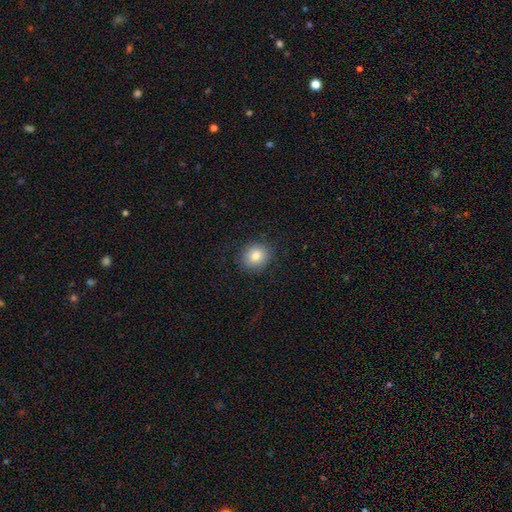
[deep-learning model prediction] This is clearly a smooth galaxy (81%). How rounded: likely round (76%). Merging: clearly none (86%).